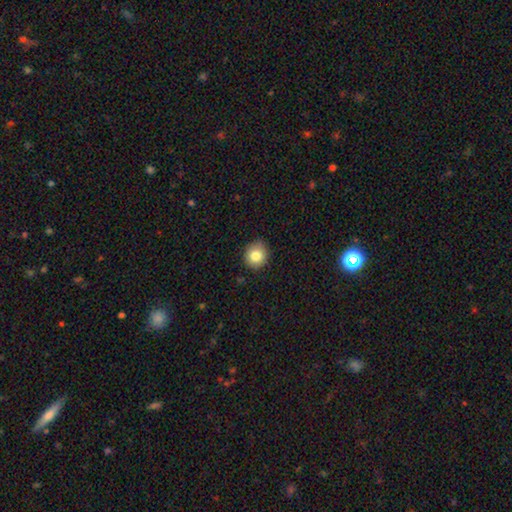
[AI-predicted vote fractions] smooth_or_featured: smooth (p=0.82) [alt: star or artifact p=0.10]
how_rounded: round (p=0.83) [alt: in between p=0.16]
merging: none (p=0.85) [alt: minor disturbance p=0.12]